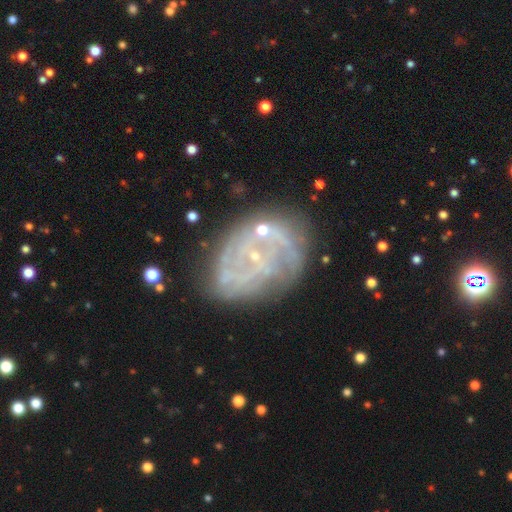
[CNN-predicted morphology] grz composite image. It shows a featured or disk galaxy (75%) with no bar (69%), tight (45%) spiral arms (71%) and a small central bulge (74%). Merging: none (60%).